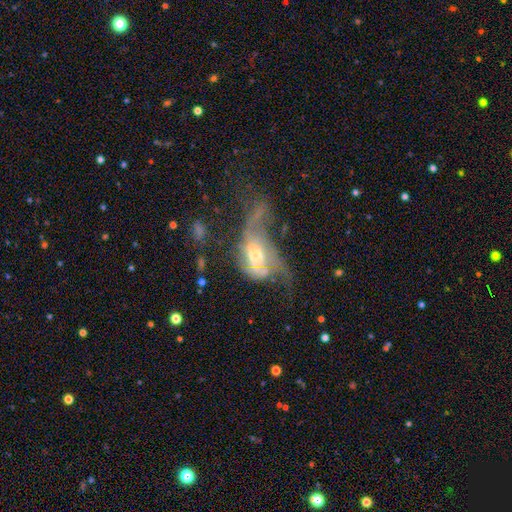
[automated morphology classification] smooth_or_featured: featured or disk (p=0.65) [alt: smooth p=0.25]
disk_edge_on: no (p=0.90) [alt: yes p=0.10]
bar: no (p=0.71) [alt: weak p=0.23]
has_spiral_arms: no (p=0.51) [alt: yes p=0.49]
bulge_size: moderate (p=0.60) [alt: small p=0.20]
merging: major disturbance (p=0.59) [alt: none p=0.16]